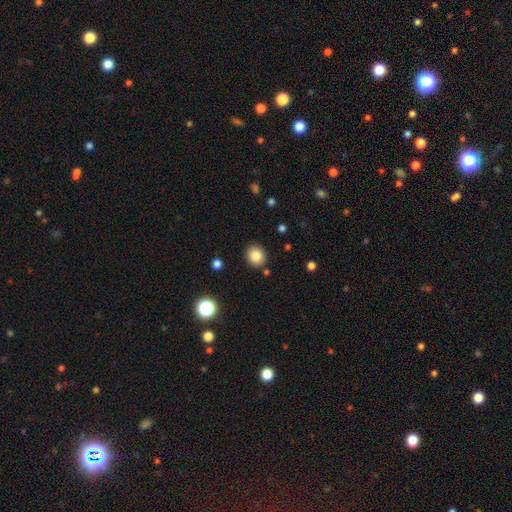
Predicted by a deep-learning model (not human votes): This is clearly a smooth galaxy (83%). How rounded: likely round (79%). Merging: clearly none (88%).